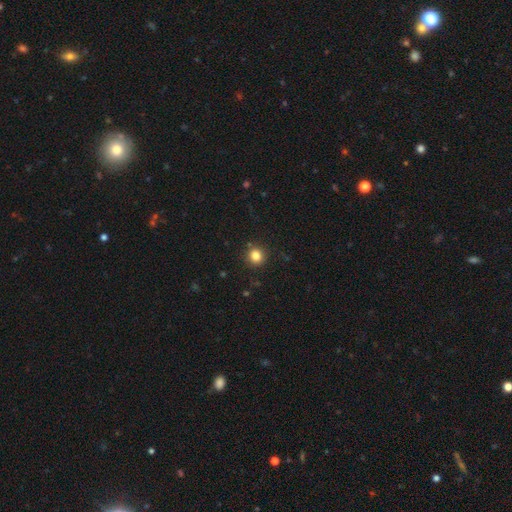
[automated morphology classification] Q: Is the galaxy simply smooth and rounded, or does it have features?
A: smooth — 83%.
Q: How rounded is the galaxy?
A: round — 88%.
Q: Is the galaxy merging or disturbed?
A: none — 89%.